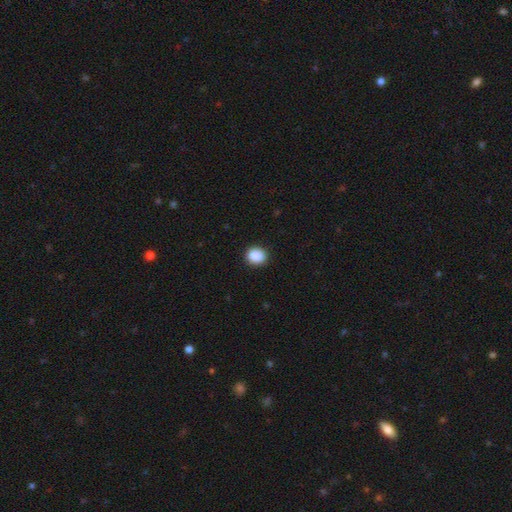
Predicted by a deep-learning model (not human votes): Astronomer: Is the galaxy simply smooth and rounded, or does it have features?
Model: smooth — 89%.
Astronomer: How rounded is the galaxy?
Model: round — 68%.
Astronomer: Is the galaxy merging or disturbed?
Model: none — 90%.